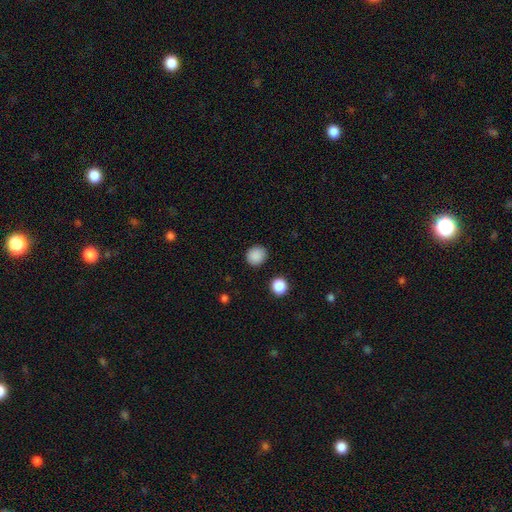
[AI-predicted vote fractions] Overall: smooth (87%). How rounded: round (84%). Merging: none (88%).